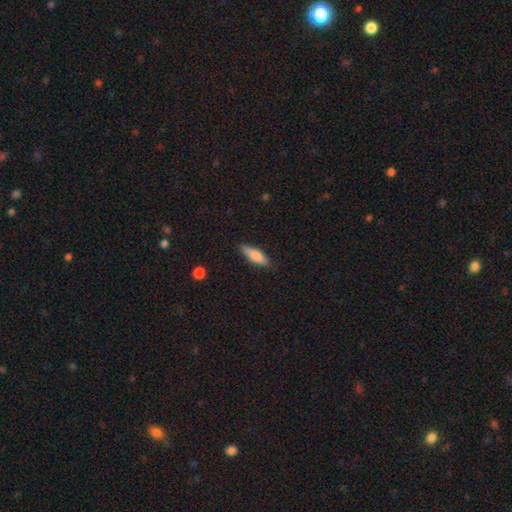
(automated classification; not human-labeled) Smooth or featured: smooth — 77% (featured or disk — 17%)
How rounded: cigar-shaped — 53% (in between — 45%)
Merging: none — 84% (minor disturbance — 13%)